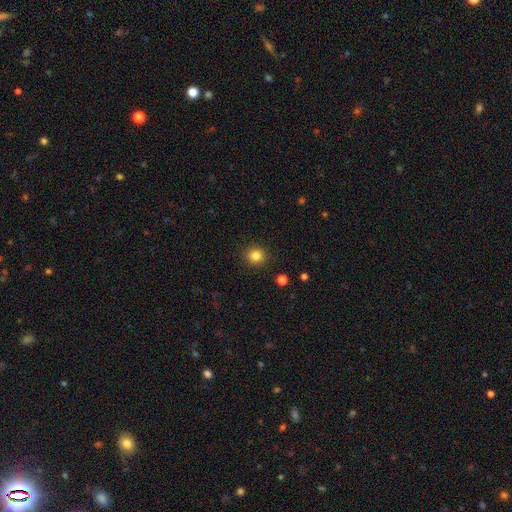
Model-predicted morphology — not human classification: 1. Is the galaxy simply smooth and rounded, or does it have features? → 83% smooth, 12% star or artifact, 5% featured or disk.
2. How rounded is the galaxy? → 91% round, 8% in between, 1% cigar-shaped.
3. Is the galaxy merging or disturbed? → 92% none, 5% minor disturbance, 2% major disturbance, 1% merger.